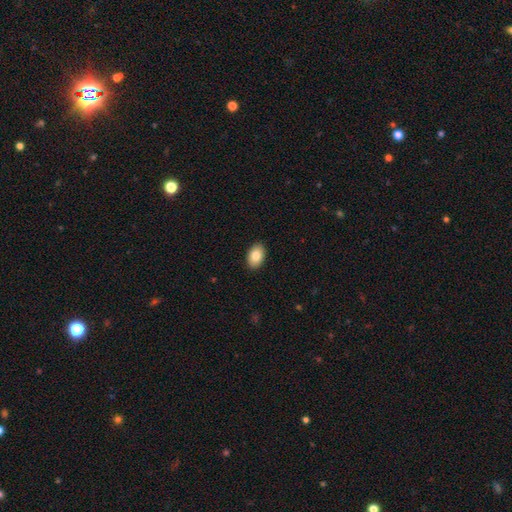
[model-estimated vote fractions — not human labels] The model was most divided on "smooth or featured": smooth: 85%, featured or disk: 8%, star or artifact: 7%. More confident: merging — none (90%); how rounded — in between (90%).